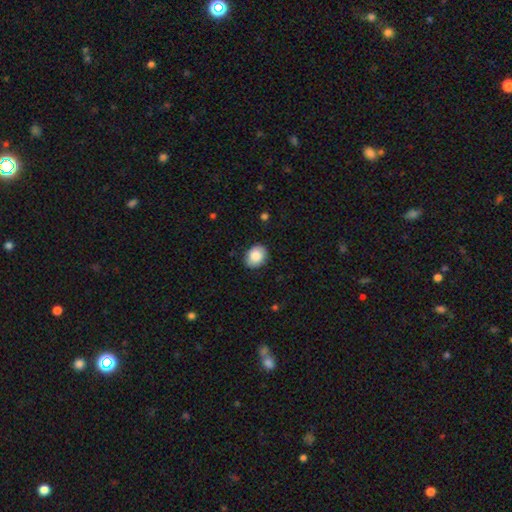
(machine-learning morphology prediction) A smooth galaxy with no disk features (86%) that is in between round and cigar-shaped (52%).

Vote fractions:
- Smooth or featured? smooth: 86% / star or artifact: 7% / featured or disk: 7%
- How rounded? in between: 52% / round: 48% / cigar-shaped: 1%
- Merging? none: 87% / minor disturbance: 10% / major disturbance: 2% / merger: 1%